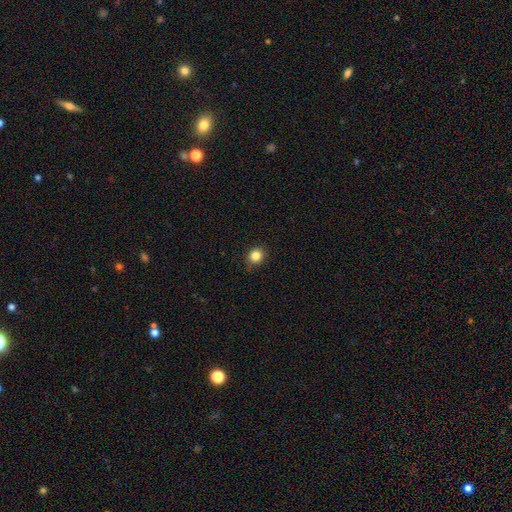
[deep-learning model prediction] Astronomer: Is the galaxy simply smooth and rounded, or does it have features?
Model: smooth — 84%.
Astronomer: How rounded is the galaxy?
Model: round — 81%.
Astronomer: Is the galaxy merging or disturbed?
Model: none — 85%.